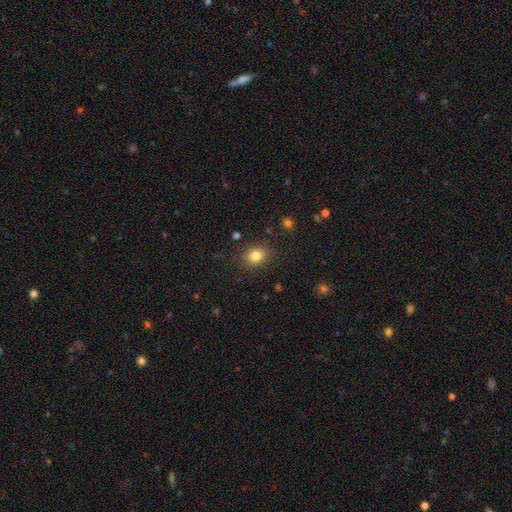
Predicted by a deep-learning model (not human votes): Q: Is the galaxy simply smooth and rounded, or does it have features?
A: smooth — 81%.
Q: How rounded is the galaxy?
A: round — 55%.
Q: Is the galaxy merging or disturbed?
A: none — 86%.